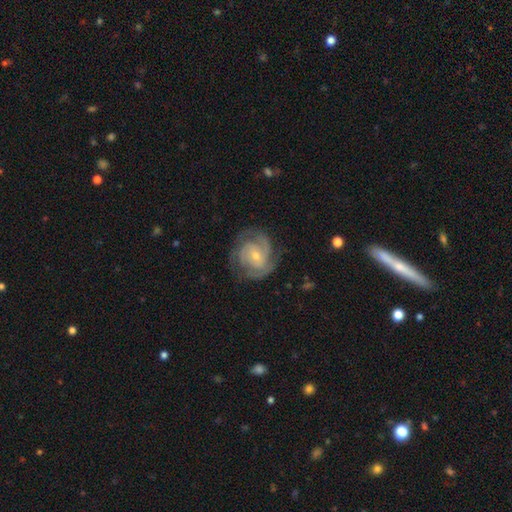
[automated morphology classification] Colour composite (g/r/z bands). It shows a featured or disk galaxy (84%) with no bar (62%), 2 (32%) tight (61%) spiral arms (95%) and a small central bulge (65%). Merging: none (73%).